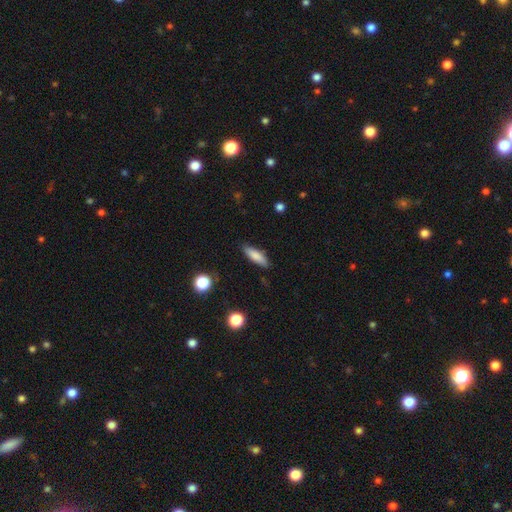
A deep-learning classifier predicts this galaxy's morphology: smooth-or-featured: smooth: 82% | featured or disk: 11% | star or artifact: 7%
  how-rounded: cigar-shaped: 56% | in between: 42% | round: 2%
  merging: none: 86% | minor disturbance: 11% | major disturbance: 2% | merger: 1%